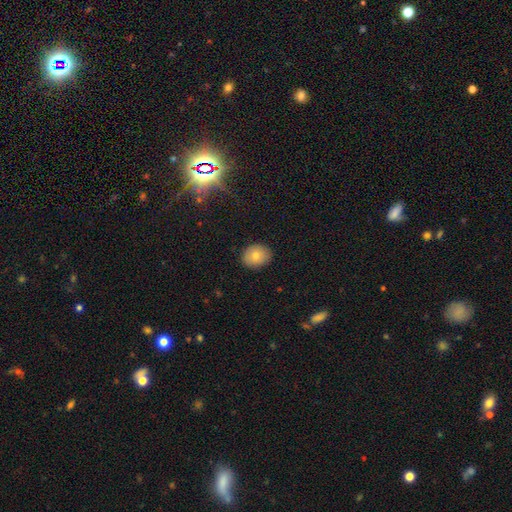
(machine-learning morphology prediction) smooth-or-featured: smooth: 79% | featured or disk: 12% | star or artifact: 9%
  how-rounded: round: 54% | in between: 45% | cigar-shaped: 1%
  merging: none: 87% | minor disturbance: 10% | major disturbance: 2% | merger: 1%